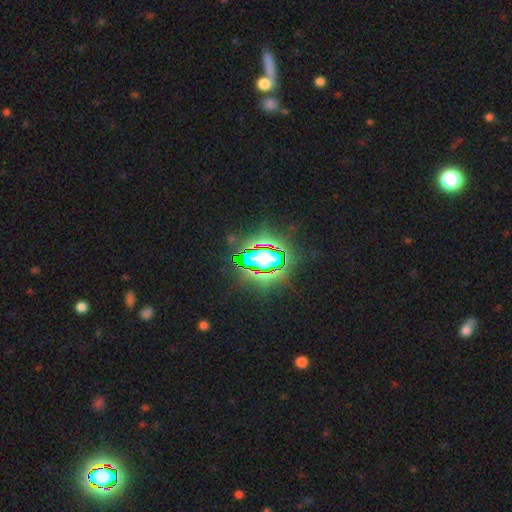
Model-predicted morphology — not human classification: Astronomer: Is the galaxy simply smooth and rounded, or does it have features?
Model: star or artifact — 79%.